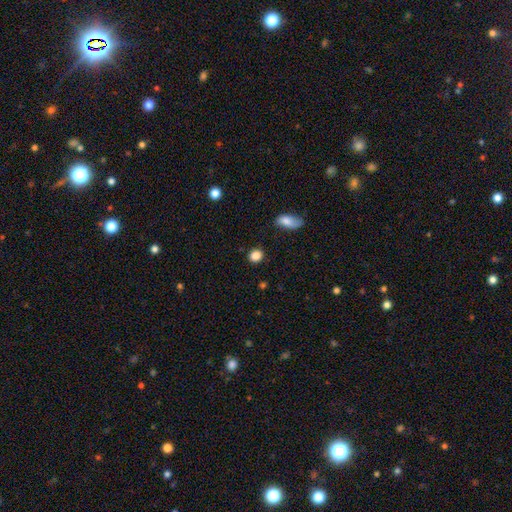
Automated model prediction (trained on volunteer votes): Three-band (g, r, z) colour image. It shows a smooth galaxy with no disk features (87%) that is round (74%). Merging: none (86%).